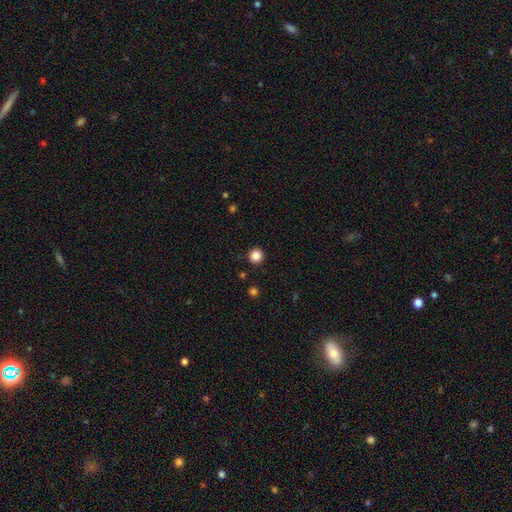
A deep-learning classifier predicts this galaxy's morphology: A smooth galaxy with no disk features (86%) that is round (95%).

Vote fractions:
- Smooth or featured? smooth: 86% / star or artifact: 11% / featured or disk: 3%
- How rounded? round: 95% / in between: 4% / cigar-shaped: 1%
- Merging? none: 92% / minor disturbance: 5% / major disturbance: 2% / merger: 1%